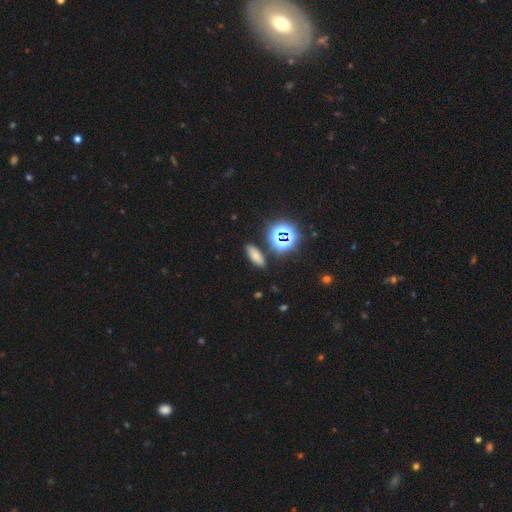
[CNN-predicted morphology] Smooth or featured? Predicted: smooth (p=0.65). How rounded? Predicted: in between (p=0.67). Merging? Predicted: none (p=0.84).